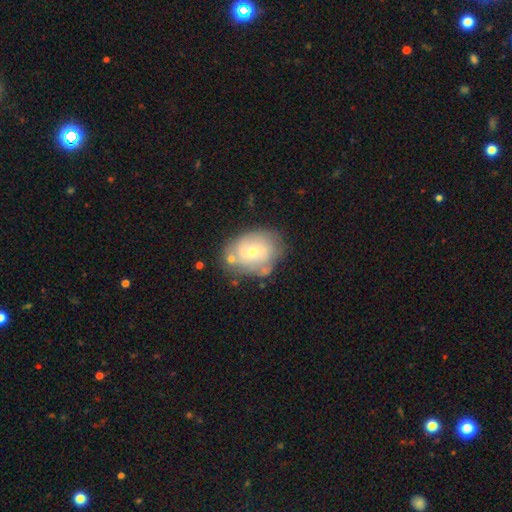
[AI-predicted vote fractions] The model was most divided on "bulge size": small: 55%, moderate: 41%, large: 2%, none: 1%, dominant: 1%. More confident: edge-on disk — no (96%); spiral arms — yes (75%); bar — no (70%); smooth or featured — featured or disk (60%); merging — none (58%).